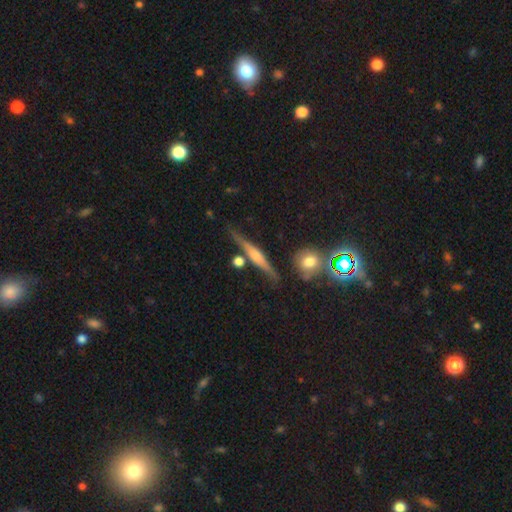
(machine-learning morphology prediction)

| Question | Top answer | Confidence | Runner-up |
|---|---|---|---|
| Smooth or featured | featured or disk | 67% | smooth (27%) |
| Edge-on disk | yes | 95% | no (5%) |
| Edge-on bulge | rounded | 62% | boxy (22%) |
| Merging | none | 78% | minor disturbance (12%) |